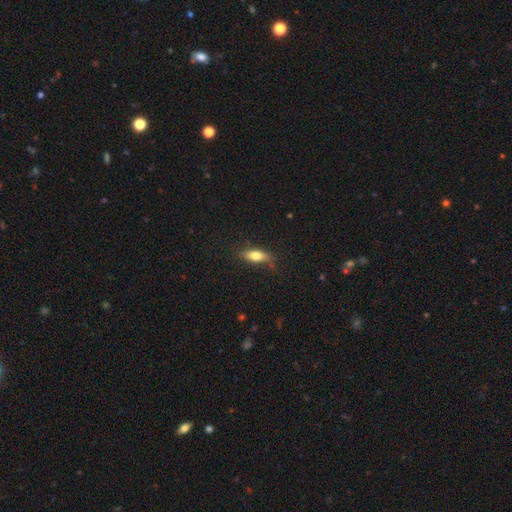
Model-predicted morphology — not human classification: The model was most divided on "how rounded": in between: 68%, cigar-shaped: 28%, round: 4%. More confident: merging — none (71%); smooth or featured — smooth (71%).